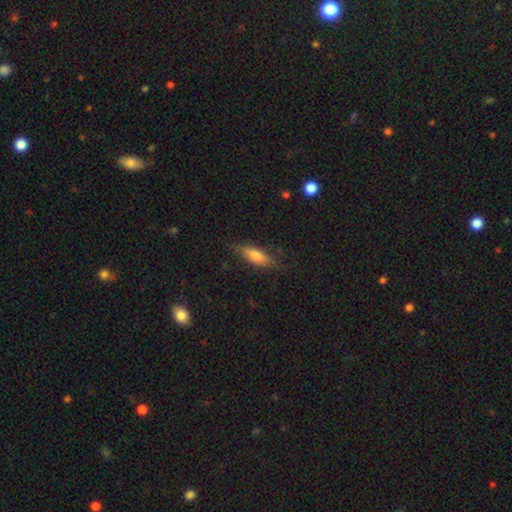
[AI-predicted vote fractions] Smooth or featured? Predicted: smooth (p=0.69). How rounded? Predicted: in between (p=0.52). Merging? Predicted: none (p=0.78).